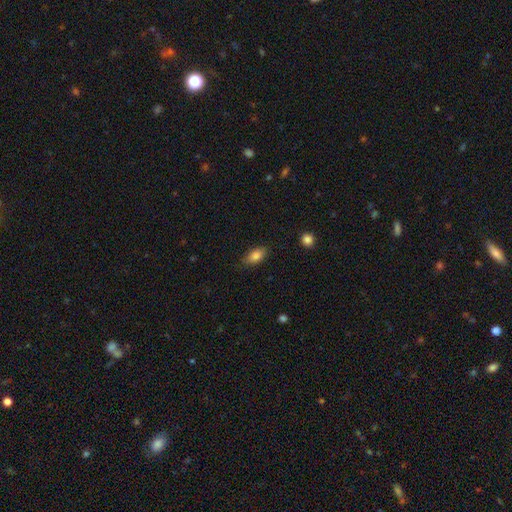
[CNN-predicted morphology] Overall: smooth (84%). How rounded: in between (89%). Merging: none (81%).